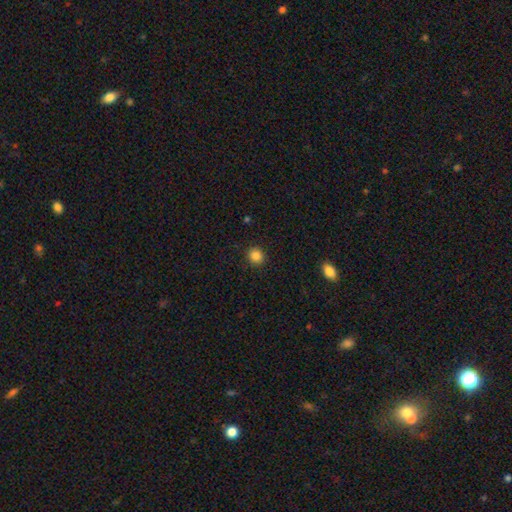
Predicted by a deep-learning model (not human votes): Overall: smooth (85%). How rounded: round (87%). Merging: none (91%).